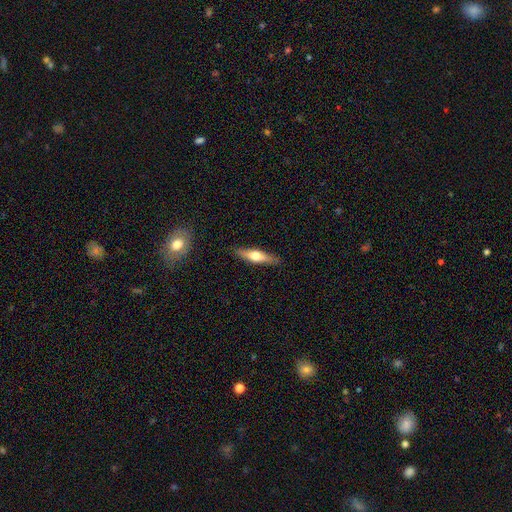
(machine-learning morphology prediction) The model was most divided on "smooth or featured": featured or disk: 50%, smooth: 44%, star or artifact: 6%. More confident: edge-on disk — yes (91%); merging — none (88%).